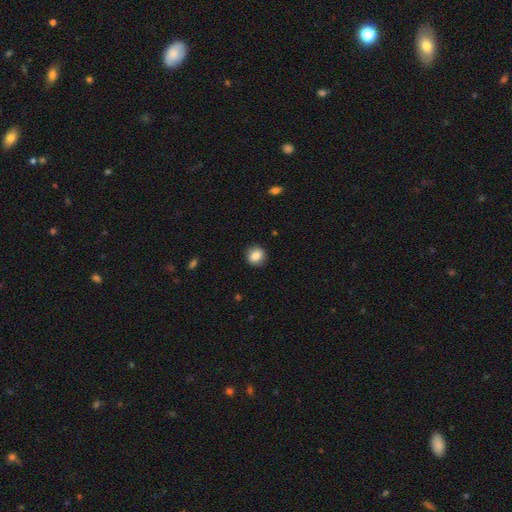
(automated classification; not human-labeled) Overall: smooth (86%). How rounded: round (83%). Merging: none (89%).